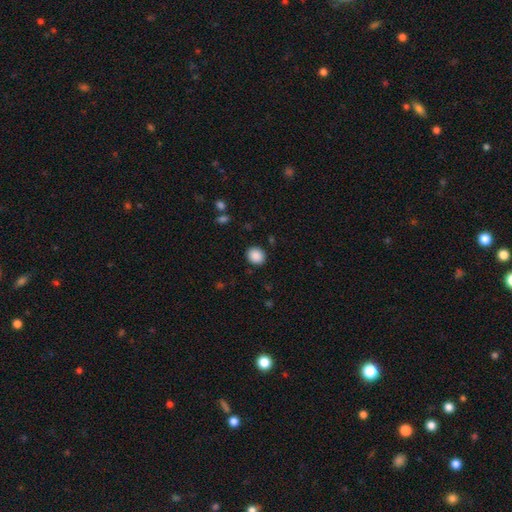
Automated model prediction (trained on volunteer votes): Q: Smooth or featured?
A: smooth (89%); runner-up: star or artifact (8%)
Q: How rounded?
A: round (71%); runner-up: in between (28%)
Q: Merging?
A: none (90%); runner-up: minor disturbance (7%)